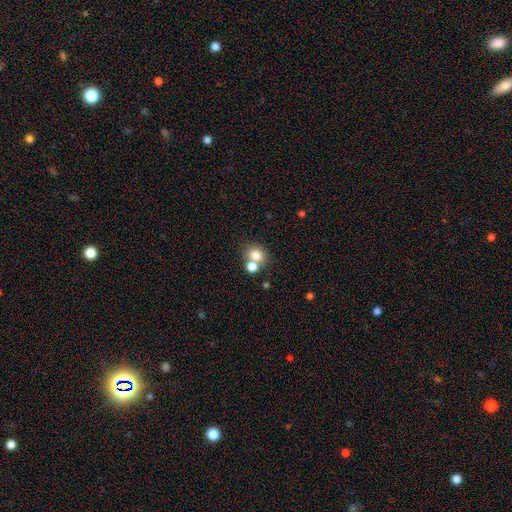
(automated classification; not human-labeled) Smooth or featured?
  - smooth: 77% *
  - star or artifact: 12%
  - featured or disk: 11%
How rounded?
  - round: 64% *
  - in between: 35%
  - cigar-shaped: 1%
Merging?
  - none: 49% *
  - merger: 39%
  - minor disturbance: 8%
  - major disturbance: 4%